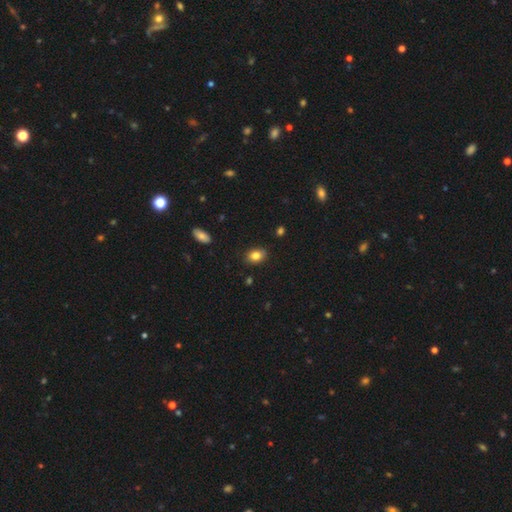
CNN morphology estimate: Smooth or featured? smooth (83%)
How rounded? in between (77%)
Merging? none (84%)